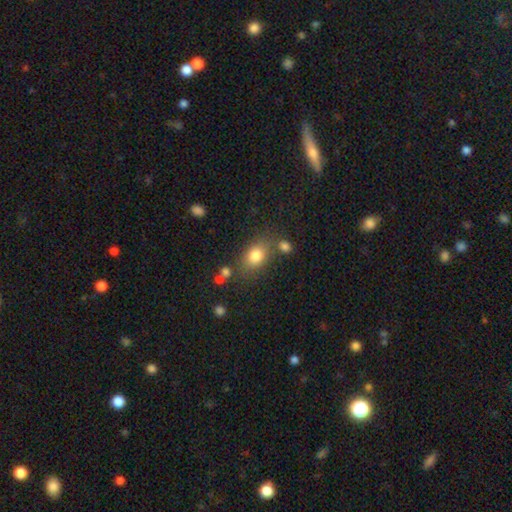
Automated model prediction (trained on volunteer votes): A smooth galaxy with no disk features (80%) that is in between round and cigar-shaped (70%). Merging: none (68%).